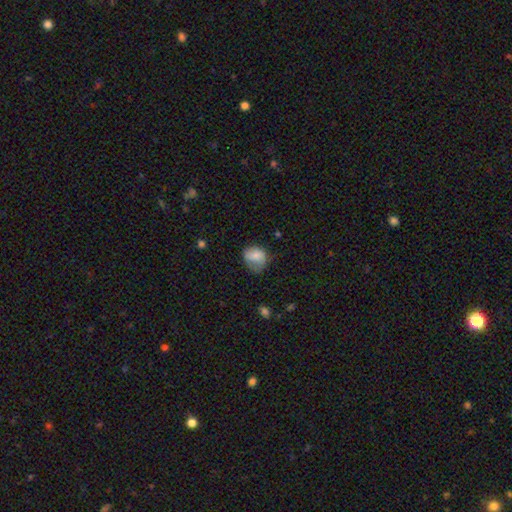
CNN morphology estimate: This is likely a smooth galaxy (78%). How rounded: possibly round (51%). Merging: marginally none (42%).